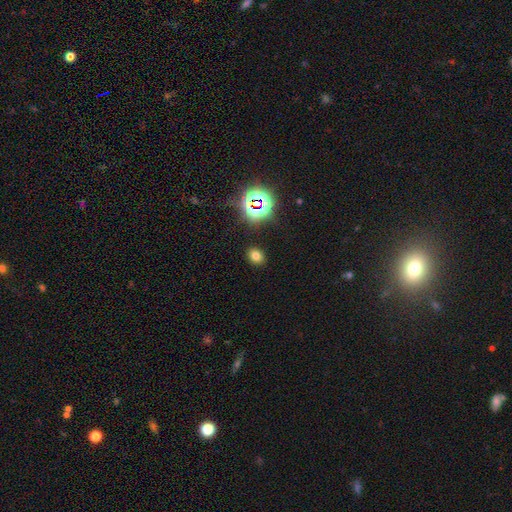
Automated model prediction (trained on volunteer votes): Q: Smooth or featured?
A: smooth (71%); runner-up: star or artifact (22%)
Q: How rounded?
A: round (58%); runner-up: in between (41%)
Q: Merging?
A: none (88%); runner-up: minor disturbance (7%)